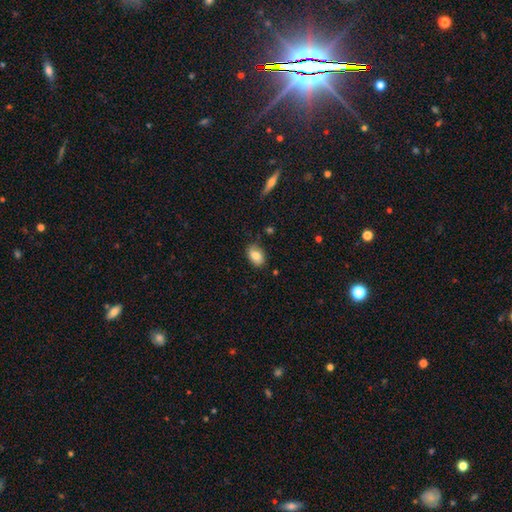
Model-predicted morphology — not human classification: Smooth or featured? smooth (83%)
How rounded? in between (87%)
Merging? none (79%)